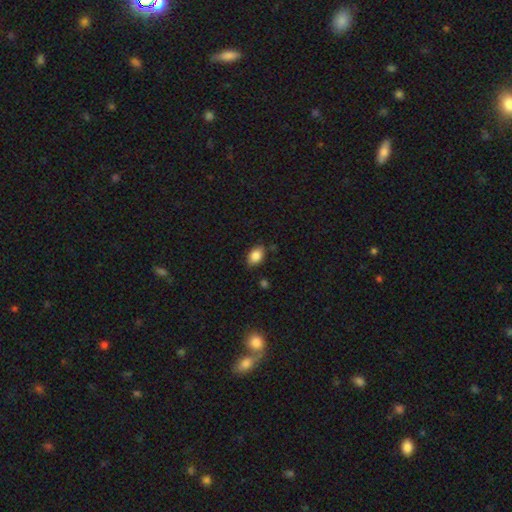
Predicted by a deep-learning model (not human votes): A smooth galaxy with no disk features (86%) that is in between round and cigar-shaped (83%).

Vote fractions:
- Smooth or featured? smooth: 86% / star or artifact: 8% / featured or disk: 5%
- How rounded? in between: 83% / round: 16% / cigar-shaped: 1%
- Merging? none: 81% / minor disturbance: 14% / major disturbance: 3% / merger: 2%